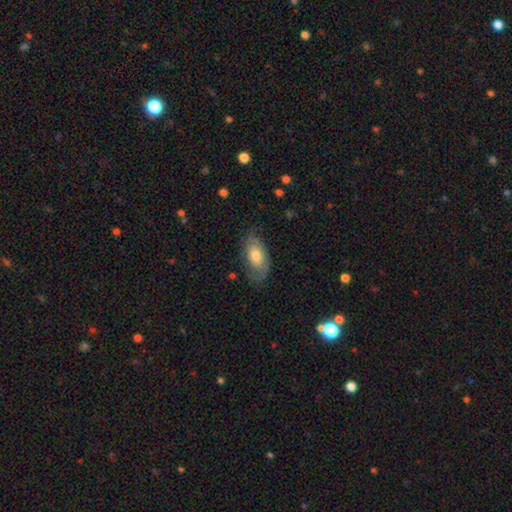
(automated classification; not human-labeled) smooth_or_featured: smooth (p=0.59) [alt: featured or disk p=0.35]
how_rounded: in between (p=0.91) [alt: cigar-shaped p=0.04]
merging: none (p=0.64) [alt: minor disturbance p=0.25]